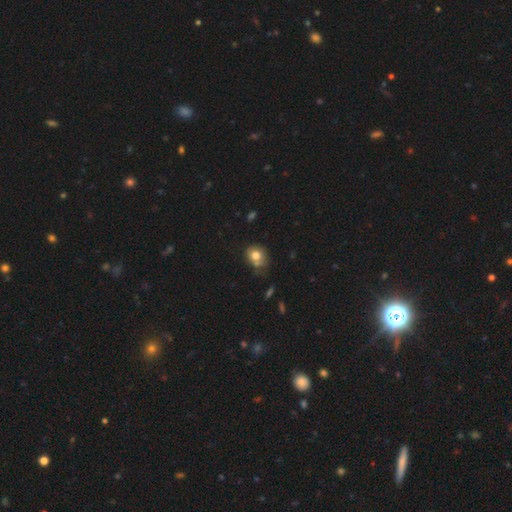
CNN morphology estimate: Smooth or featured: smooth — 76% (featured or disk — 14%)
How rounded: round — 58% (in between — 41%)
Merging: none — 56% (minor disturbance — 27%)